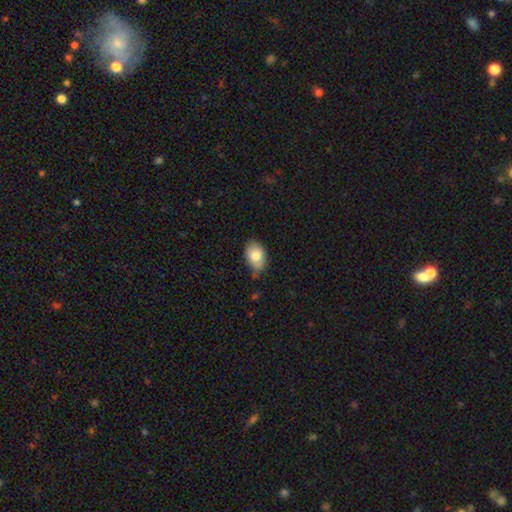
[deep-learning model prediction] Smooth or featured? Predicted: smooth (p=0.82). How rounded? Predicted: in between (p=0.88). Merging? Predicted: none (p=0.70).